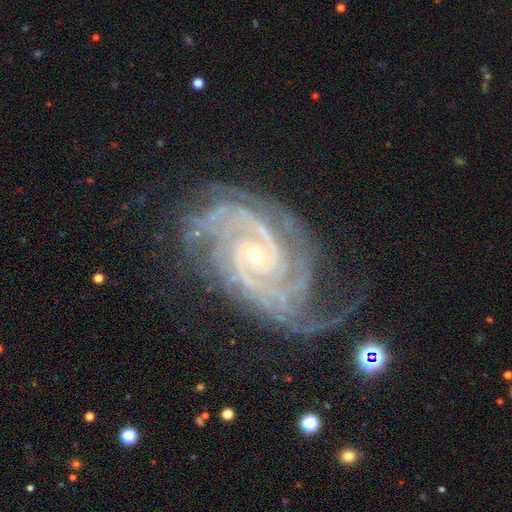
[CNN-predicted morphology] Q: Smooth or featured?
A: featured or disk (93%); runner-up: star or artifact (5%)
Q: Edge-on disk?
A: no (98%); runner-up: yes (2%)
Q: Bar?
A: no (57%); runner-up: weak (29%)
Q: Spiral arms?
A: yes (99%); runner-up: no (1%)
Q: Spiral winding?
A: tight (71%); runner-up: medium (25%)
Q: Spiral arm count?
A: 2 (29%); runner-up: 3 (20%)
Q: Bulge size?
A: small (75%); runner-up: moderate (22%)
Q: Merging?
A: none (62%); runner-up: minor disturbance (21%)